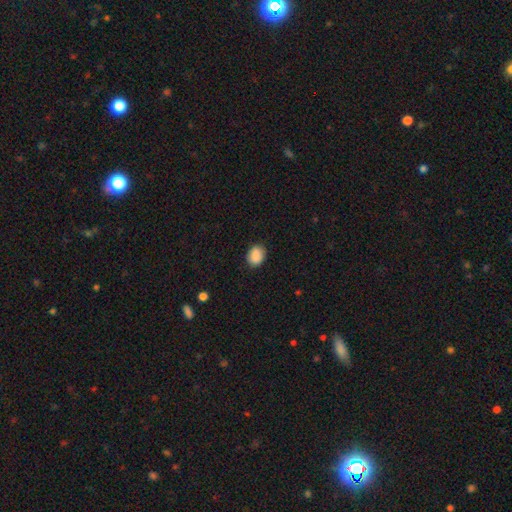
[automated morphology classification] Overall: smooth (89%). How rounded: in between (52%; round 47%). Merging: none (86%).